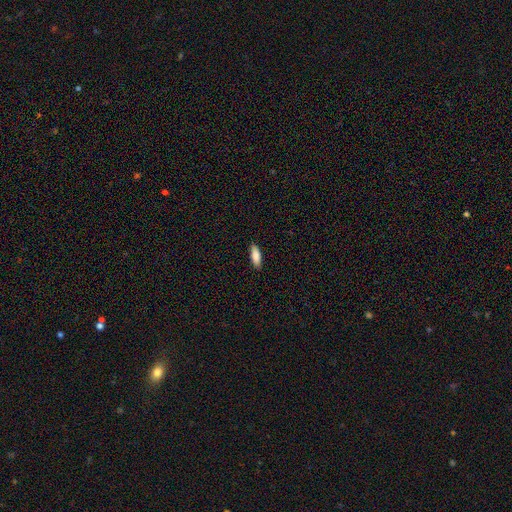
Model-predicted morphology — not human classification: smooth-or-featured: smooth: 85% | featured or disk: 9% | star or artifact: 6%
  how-rounded: in between: 59% | cigar-shaped: 39% | round: 2%
  merging: none: 88% | minor disturbance: 9% | major disturbance: 2% | merger: 1%